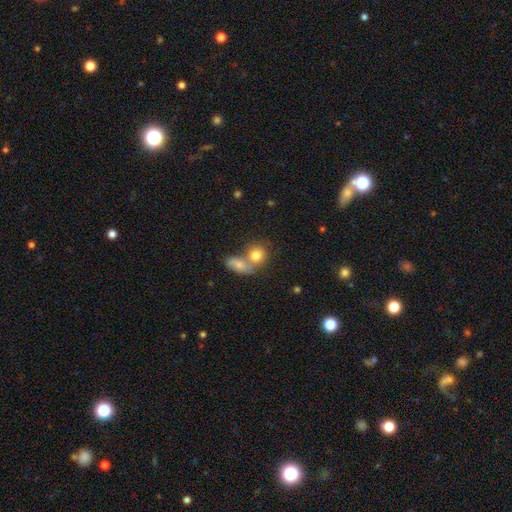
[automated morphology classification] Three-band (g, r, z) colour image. It shows a smooth galaxy with no disk features (79%) that is round (70%). Merging: merger (50%).